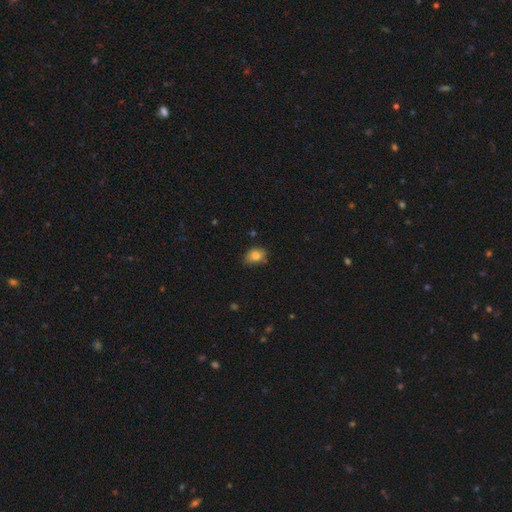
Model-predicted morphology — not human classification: Smooth or featured?
  - smooth: 82% *
  - star or artifact: 9%
  - featured or disk: 9%
How rounded?
  - in between: 71% *
  - round: 28%
  - cigar-shaped: 1%
Merging?
  - none: 71% *
  - minor disturbance: 23%
  - major disturbance: 4%
  - merger: 2%